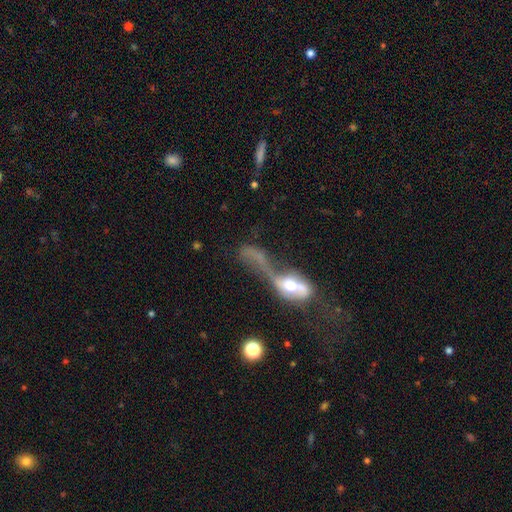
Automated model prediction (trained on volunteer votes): A featured or disk galaxy (53%). Merging: major disturbance (41%).